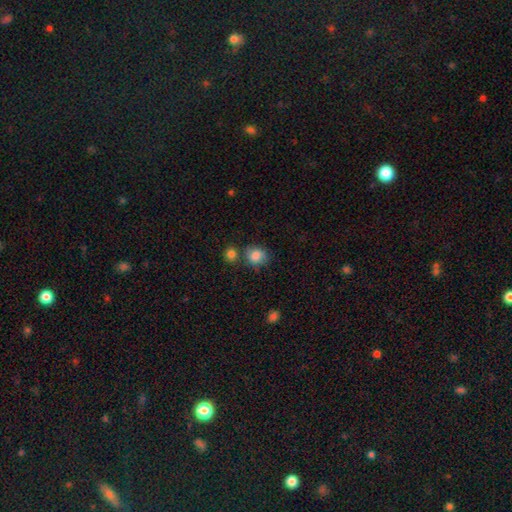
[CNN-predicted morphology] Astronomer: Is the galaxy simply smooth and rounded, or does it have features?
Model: smooth — 85%.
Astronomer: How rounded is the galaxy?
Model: round — 71%.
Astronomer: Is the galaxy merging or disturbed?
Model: none — 63%.